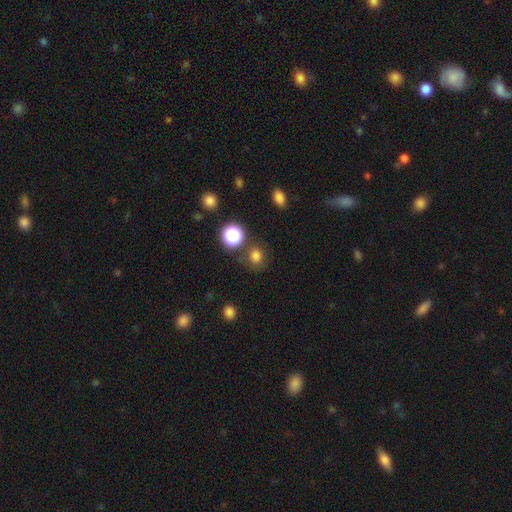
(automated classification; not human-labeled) smooth_or_featured: smooth (p=0.76) [alt: star or artifact p=0.19]
how_rounded: round (p=0.78) [alt: in between p=0.20]
merging: none (p=0.77) [alt: minor disturbance p=0.11]